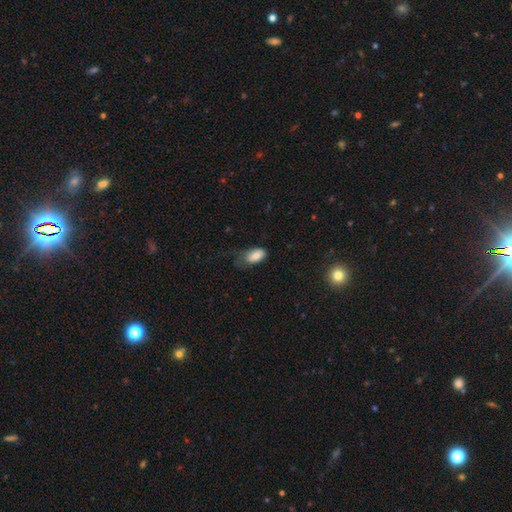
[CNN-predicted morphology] Smooth or featured? Predicted: smooth (p=0.82). How rounded? Predicted: in between (p=0.92). Merging? Predicted: minor disturbance (p=0.38).